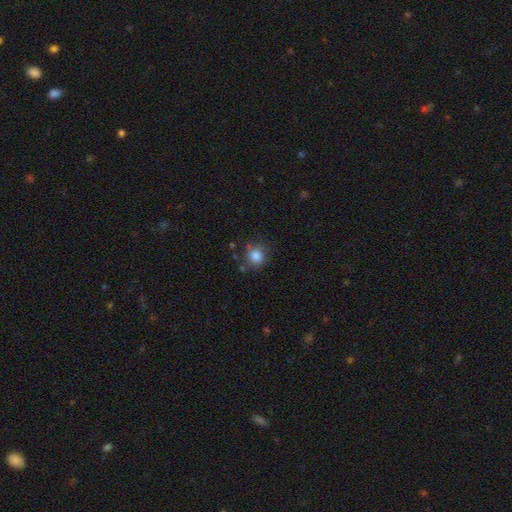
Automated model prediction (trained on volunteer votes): Overall: smooth (84%). How rounded: round (85%). Merging: none (73%).